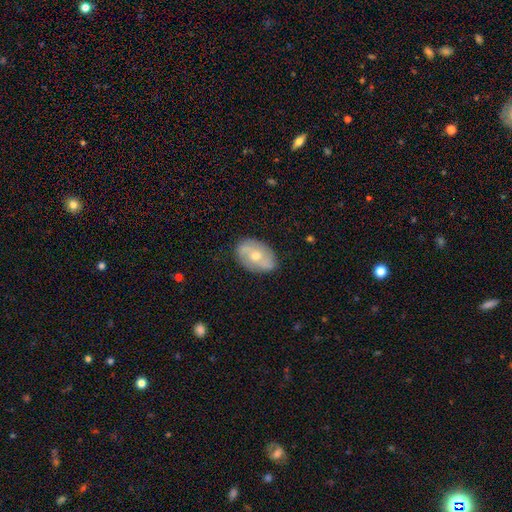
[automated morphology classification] This is possibly a featured or disk galaxy (53%). It is clearly not viewed edge-on (92%). Merging: clearly none (81%).